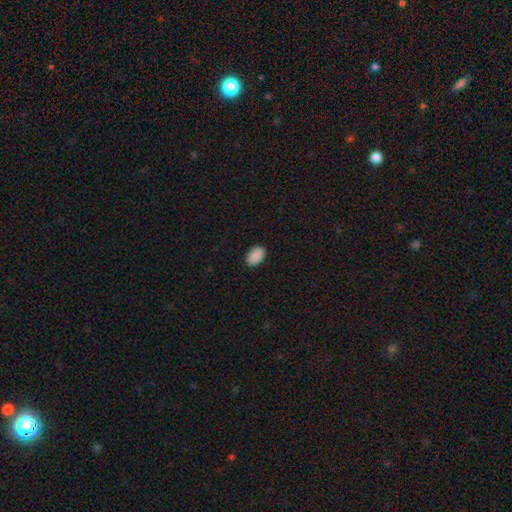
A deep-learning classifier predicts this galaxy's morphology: smooth-or-featured: smooth: 90% | star or artifact: 7% | featured or disk: 2%
  how-rounded: in between: 89% | round: 9% | cigar-shaped: 1%
  merging: none: 89% | minor disturbance: 8% | major disturbance: 2% | merger: 1%